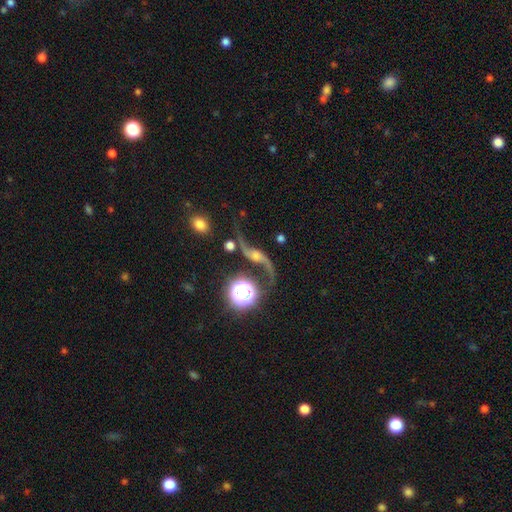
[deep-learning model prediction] Q: Smooth or featured?
A: star or artifact (63%); runner-up: smooth (22%)